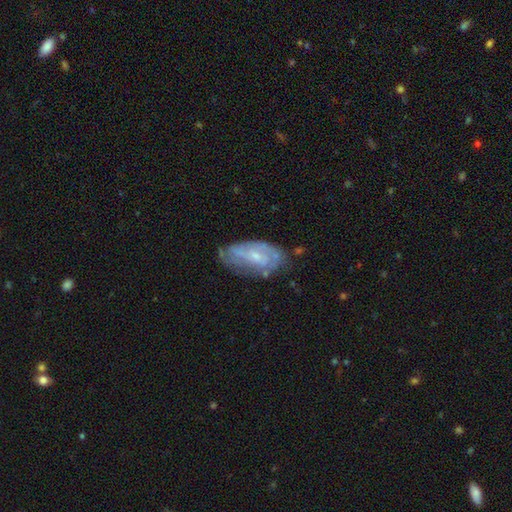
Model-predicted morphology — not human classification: The model was most divided on "bar": no: 50%, weak: 40%, strong: 10%. More confident: edge-on disk — no (92%); spiral arms — yes (78%); smooth or featured — featured or disk (68%); merging — none (64%); bulge size — small (63%).